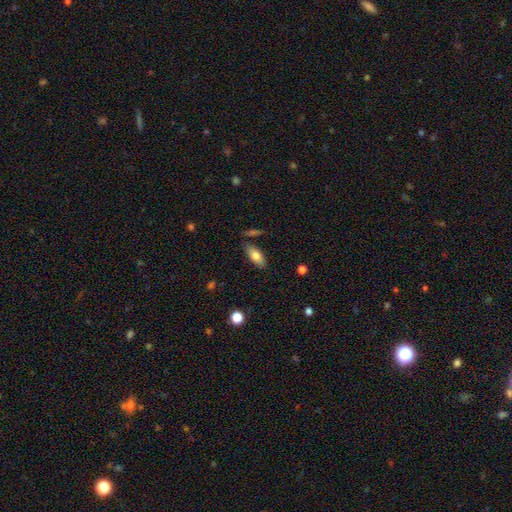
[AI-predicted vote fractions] smooth 75%, featured or disk 18%, star or artifact 7%. Down the decision tree: how rounded — in between (82%); merging — none (80%).